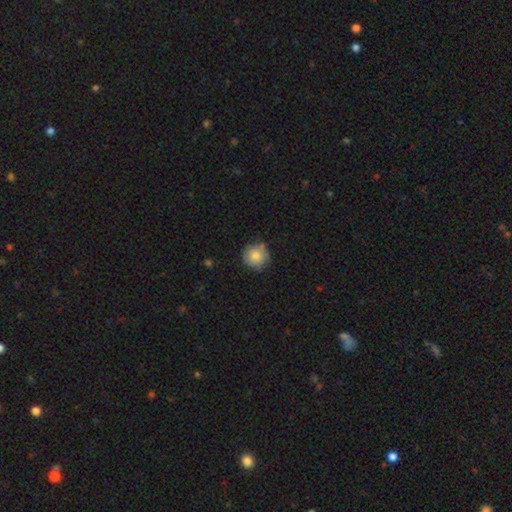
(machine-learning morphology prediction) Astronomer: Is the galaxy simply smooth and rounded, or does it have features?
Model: smooth — 82%.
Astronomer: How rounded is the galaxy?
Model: round — 93%.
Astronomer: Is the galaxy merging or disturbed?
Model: none — 76%.